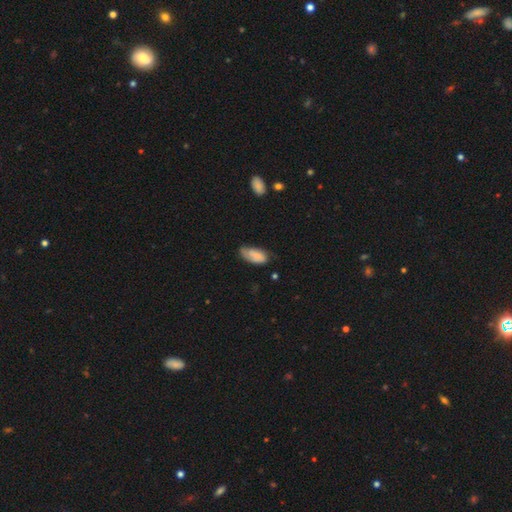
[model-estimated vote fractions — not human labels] Morphology: type=smooth (76%); roundness=in between (90%); merging=none (47%).